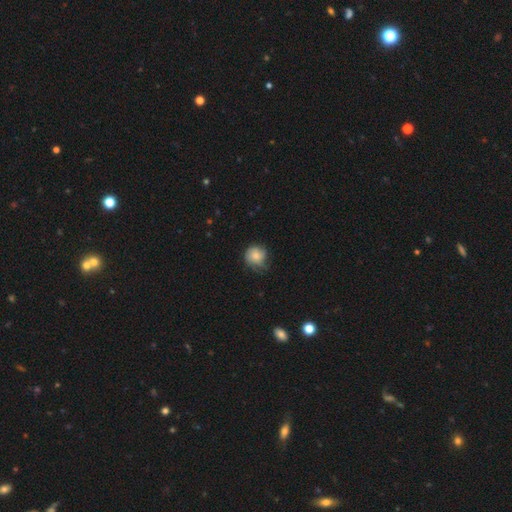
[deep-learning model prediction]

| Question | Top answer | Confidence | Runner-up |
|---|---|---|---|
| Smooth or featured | smooth | 61% | featured or disk (31%) |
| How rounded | round | 84% | in between (15%) |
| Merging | none | 56% | minor disturbance (30%) |